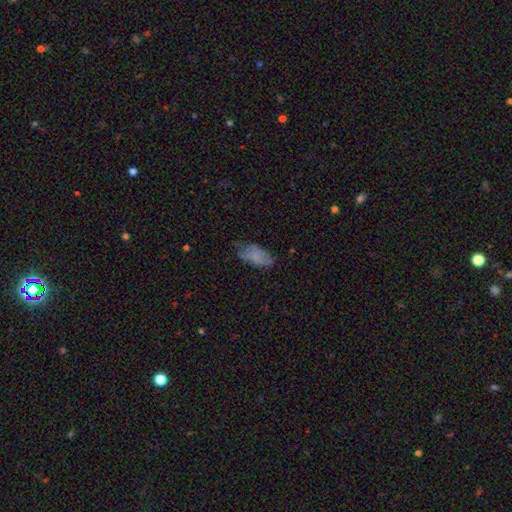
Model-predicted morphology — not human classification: A smooth galaxy with no disk features (67%) that is in between round and cigar-shaped (92%). Merging: none (46%).